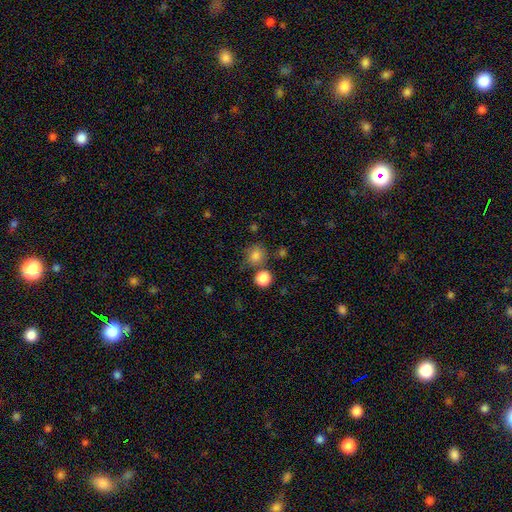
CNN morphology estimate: smooth_or_featured: smooth (p=0.80) [alt: star or artifact p=0.13]
how_rounded: round (p=0.83) [alt: in between p=0.16]
merging: none (p=0.69) [alt: merger p=0.13]